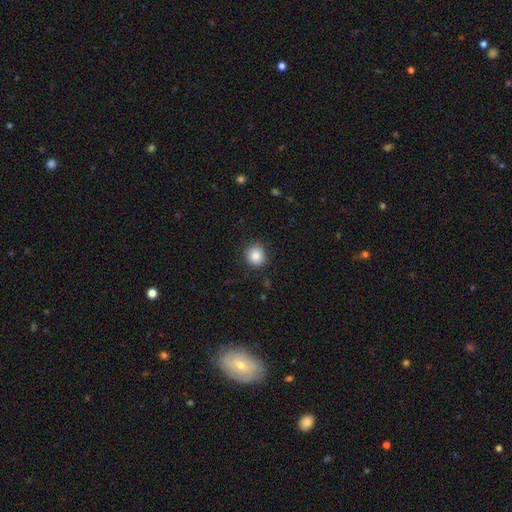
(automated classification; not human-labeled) Morphology: type=smooth (87%); roundness=round (89%); merging=none (87%).